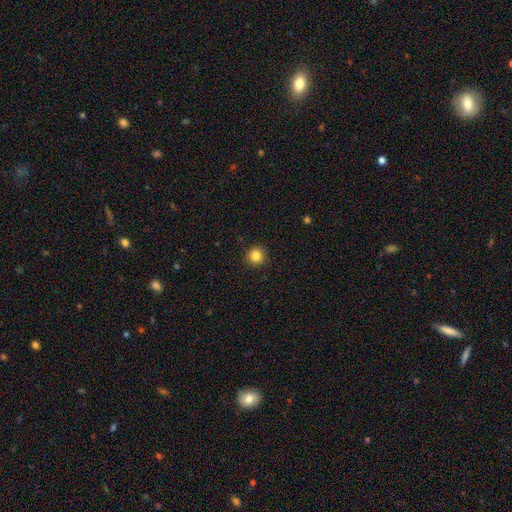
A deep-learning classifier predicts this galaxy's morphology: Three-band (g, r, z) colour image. It shows a smooth galaxy with no disk features (84%) that is round (95%). Merging: none (92%).